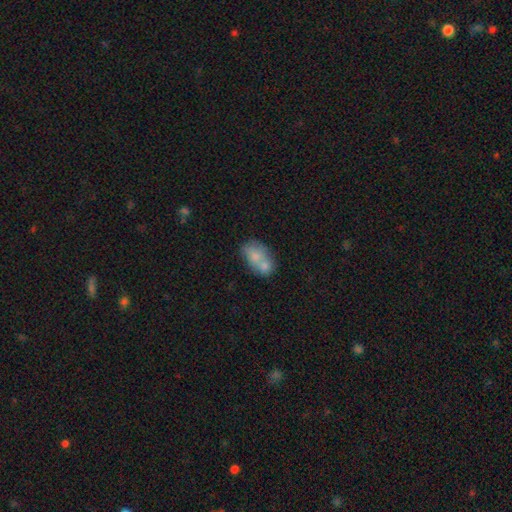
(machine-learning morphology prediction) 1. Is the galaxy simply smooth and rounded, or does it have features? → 70% smooth, 22% featured or disk, 8% star or artifact.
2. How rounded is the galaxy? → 81% in between, 17% round, 2% cigar-shaped.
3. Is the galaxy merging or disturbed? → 54% merger, 27% none, 13% minor disturbance, 6% major disturbance.